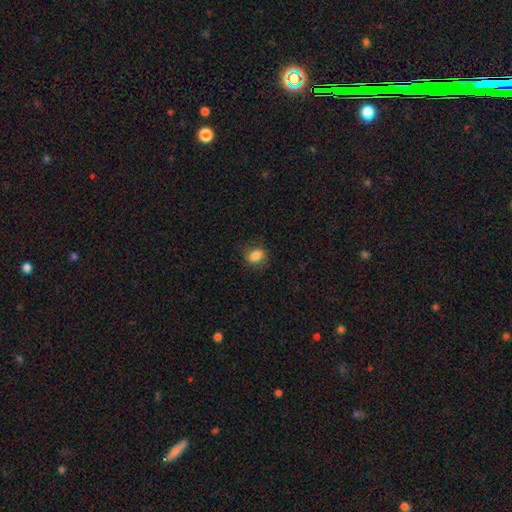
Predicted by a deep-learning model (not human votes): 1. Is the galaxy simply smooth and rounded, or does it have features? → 86% smooth, 10% star or artifact, 5% featured or disk.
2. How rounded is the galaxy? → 51% in between, 47% round, 1% cigar-shaped.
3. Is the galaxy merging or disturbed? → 82% none, 13% minor disturbance, 4% major disturbance, 1% merger.